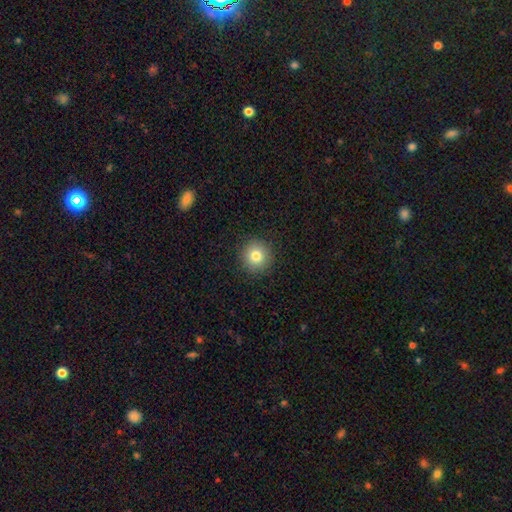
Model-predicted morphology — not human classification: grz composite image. It shows a smooth galaxy with no disk features (81%) that is round (94%). Merging: none (91%).